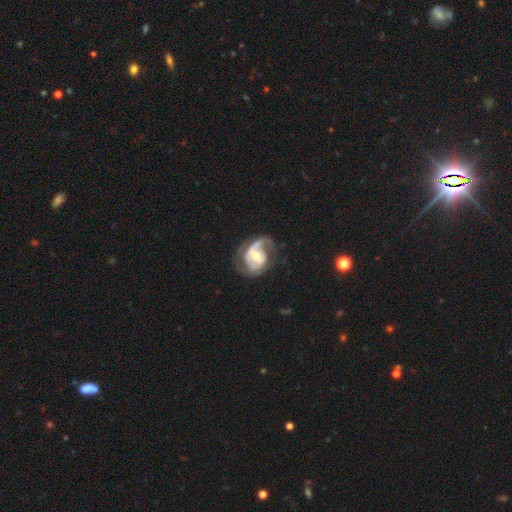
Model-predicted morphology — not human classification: This appears to be a featured or disk galaxy (82%) with a weak bar (48%), 2 (50%) medium (43%) spiral arms (89%) and a moderate central bulge (58%). Merging: none (50%).